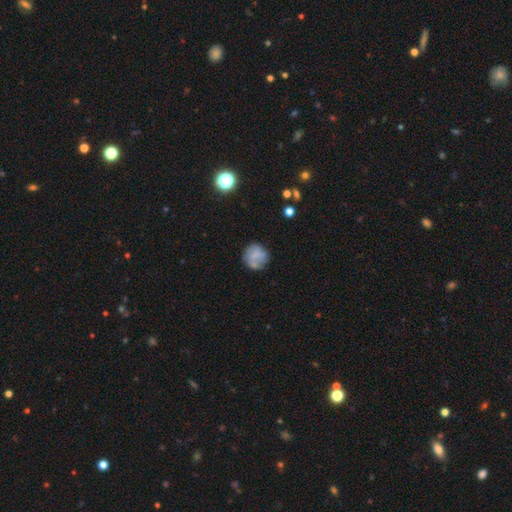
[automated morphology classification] A smooth galaxy with no disk features (63%) that is round (89%).

Vote fractions:
- Smooth or featured? smooth: 63% / featured or disk: 28% / star or artifact: 10%
- How rounded? round: 89% / in between: 10% / cigar-shaped: 1%
- Merging? none: 69% / minor disturbance: 19% / major disturbance: 8% / merger: 4%